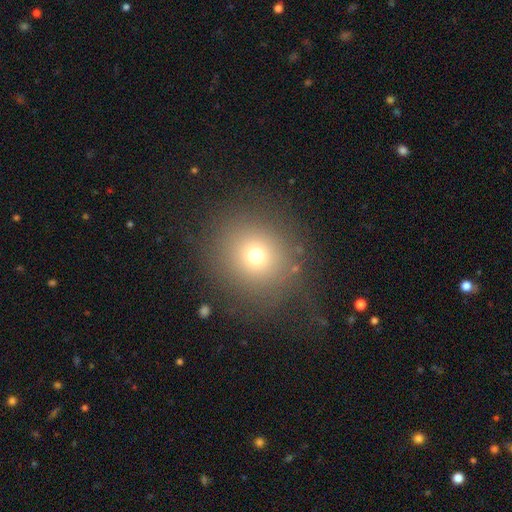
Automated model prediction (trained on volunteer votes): smooth-or-featured: smooth: 69% | star or artifact: 19% | featured or disk: 12%
  how-rounded: round: 88% | in between: 11% | cigar-shaped: 1%
  merging: none: 79% | minor disturbance: 11% | major disturbance: 8% | merger: 2%